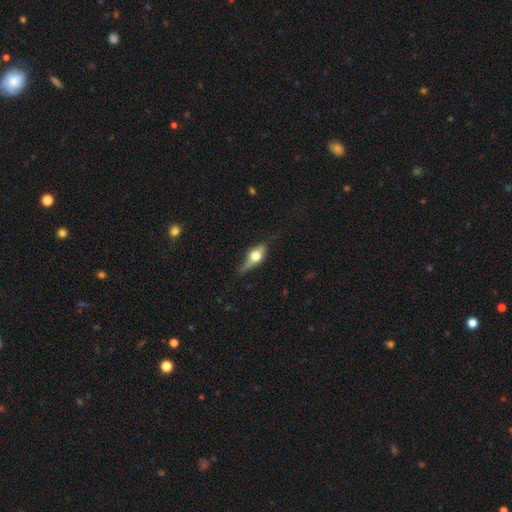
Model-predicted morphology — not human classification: Smooth or featured: featured or disk — 49% (smooth — 43%)
Merging: none — 62% (minor disturbance — 26%)